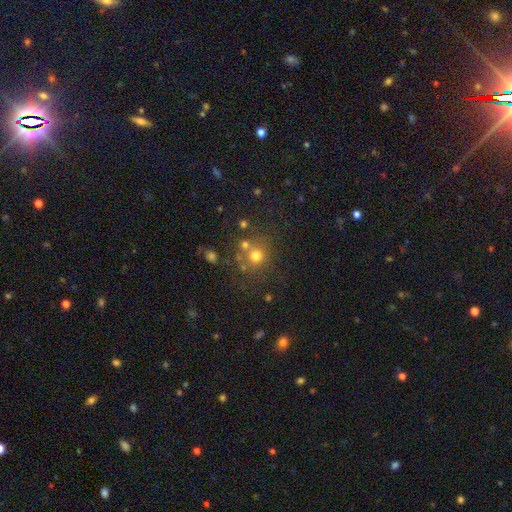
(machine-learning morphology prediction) Smooth or featured?
  - smooth: 70% *
  - star or artifact: 19%
  - featured or disk: 11%
How rounded?
  - round: 89% *
  - in between: 10%
  - cigar-shaped: 1%
Merging?
  - none: 65% *
  - merger: 18%
  - minor disturbance: 11%
  - major disturbance: 6%